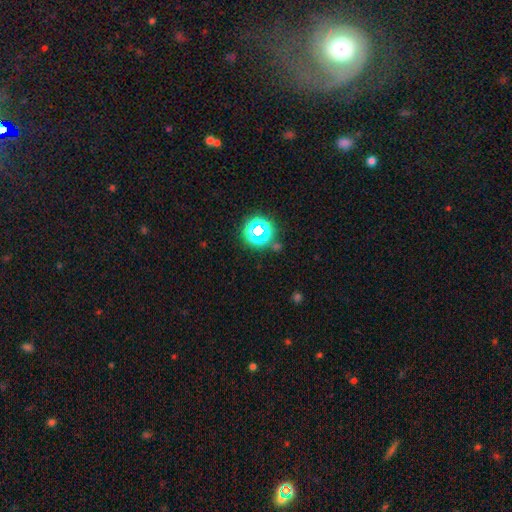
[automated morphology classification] smooth_or_featured: star or artifact (p=0.63) [alt: smooth p=0.30]